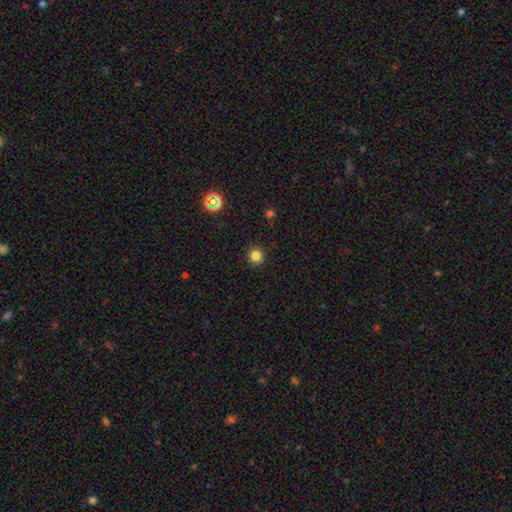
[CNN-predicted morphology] A smooth galaxy with no disk features (81%) that is round (93%). Merging: none (92%).